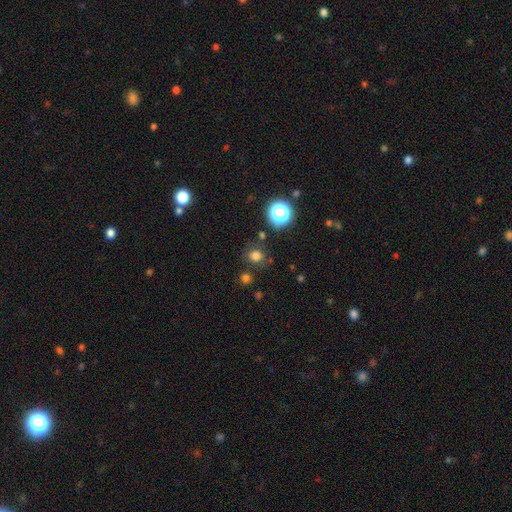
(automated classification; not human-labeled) Smooth or featured? smooth (73%)
How rounded? round (80%)
Merging? none (81%)